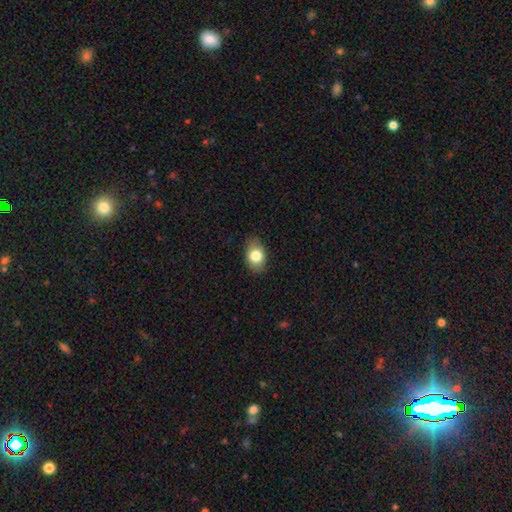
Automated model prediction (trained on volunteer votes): Smooth or featured: smooth — 79% (featured or disk — 13%)
How rounded: in between — 83% (round — 15%)
Merging: none — 85% (minor disturbance — 11%)